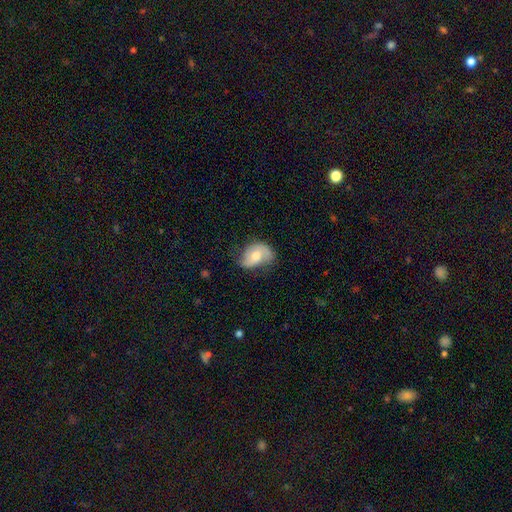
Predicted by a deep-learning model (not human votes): smooth-or-featured: featured or disk: 58% | smooth: 35% | star or artifact: 7%
  disk-edge-on: no: 96% | yes: 4%
    bar: no: 65% | weak: 28% | strong: 6%
    has-spiral-arms: yes: 84% | no: 16%
    bulge-size: moderate: 69% | small: 22% | large: 6% | none: 2% | dominant: 1%
  merging: none: 56% | minor disturbance: 31% | major disturbance: 11% | merger: 2%